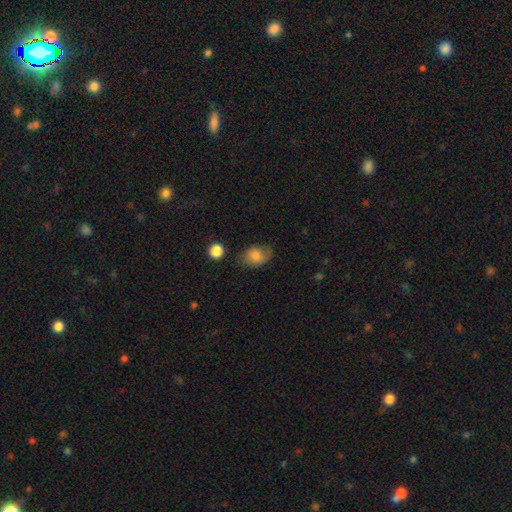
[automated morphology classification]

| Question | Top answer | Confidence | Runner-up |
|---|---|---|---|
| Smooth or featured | smooth | 78% | featured or disk (13%) |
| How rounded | in between | 70% | round (29%) |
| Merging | none | 63% | minor disturbance (26%) |